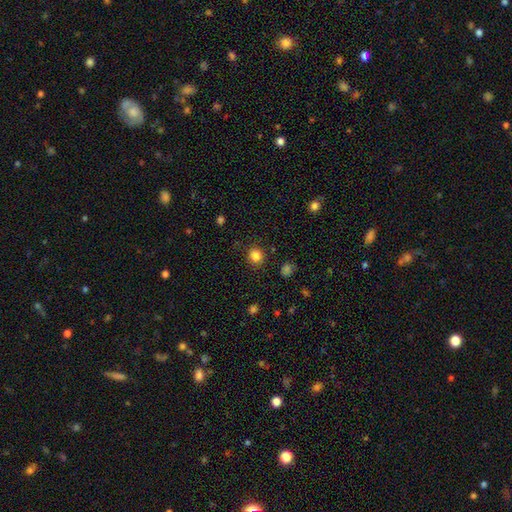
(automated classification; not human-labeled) Smooth or featured: smooth — 84% (star or artifact — 12%)
How rounded: round — 91% (in between — 8%)
Merging: none — 89% (minor disturbance — 7%)